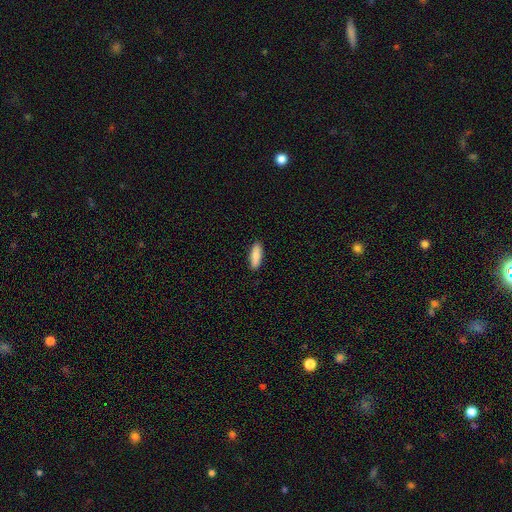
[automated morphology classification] Smooth or featured? Predicted: smooth (p=0.89). How rounded? Predicted: in between (p=0.57). Merging? Predicted: none (p=0.90).